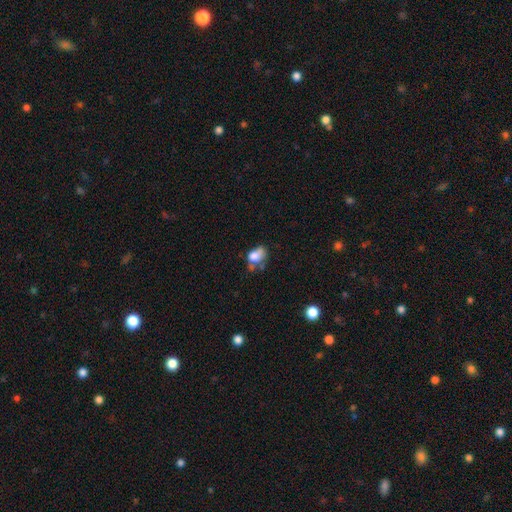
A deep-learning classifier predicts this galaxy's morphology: Smooth or featured: smooth — 69% (featured or disk — 21%)
How rounded: in between — 76% (round — 22%)
Merging: none — 29% (minor disturbance — 28%)